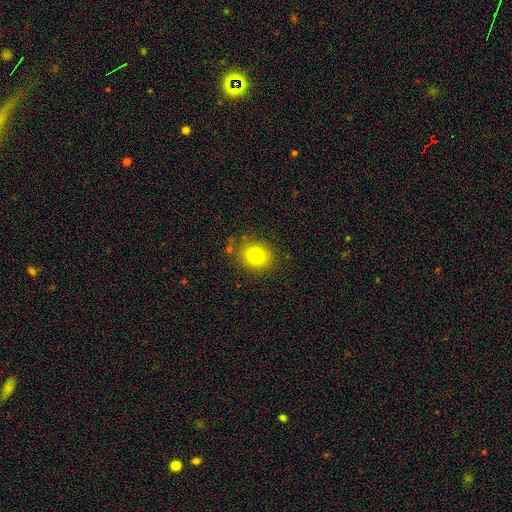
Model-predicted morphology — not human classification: Smooth or featured?
  - smooth: 79% *
  - star or artifact: 12%
  - featured or disk: 9%
How rounded?
  - round: 78% *
  - in between: 21%
  - cigar-shaped: 1%
Merging?
  - none: 83% *
  - minor disturbance: 10%
  - major disturbance: 4%
  - merger: 3%